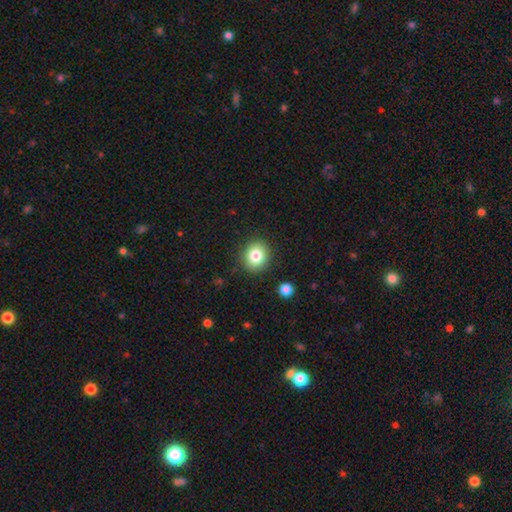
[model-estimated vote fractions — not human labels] smooth_or_featured: smooth (p=0.82) [alt: star or artifact p=0.10]
how_rounded: round (p=0.74) [alt: in between p=0.25]
merging: none (p=0.88) [alt: minor disturbance p=0.07]